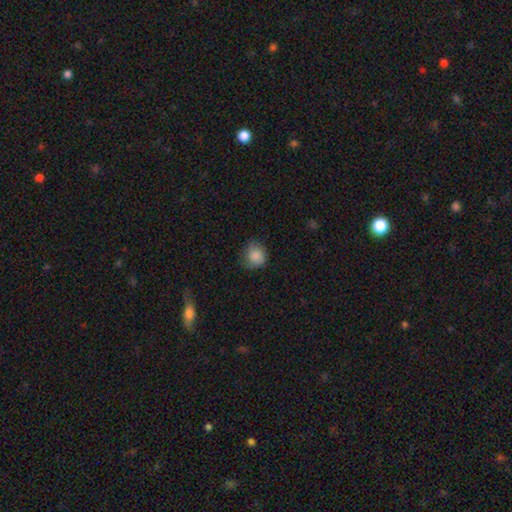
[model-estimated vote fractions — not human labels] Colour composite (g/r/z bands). It shows a smooth galaxy with no disk features (85%) that is round (80%). Merging: none (66%).